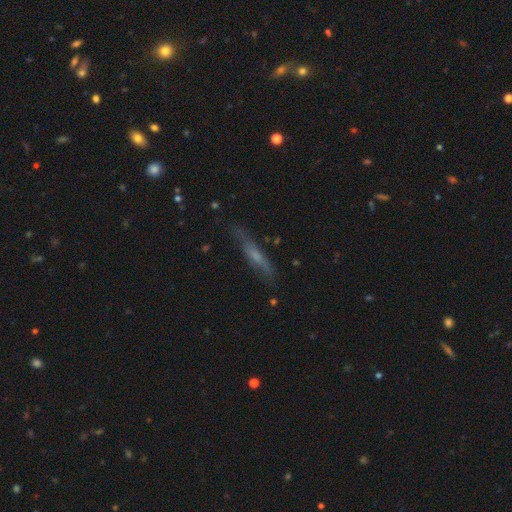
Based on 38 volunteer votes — Smooth or featured?
  - smooth: 50% *
  - featured or disk: 45%
  - star or artifact: 5%
How rounded?
  - cigar-shaped: 84% *
  - in between: 16%
  - round: 0%
Merging?
  - none: 72% *
  - minor disturbance: 17%
  - major disturbance: 8%
  - merger: 3%